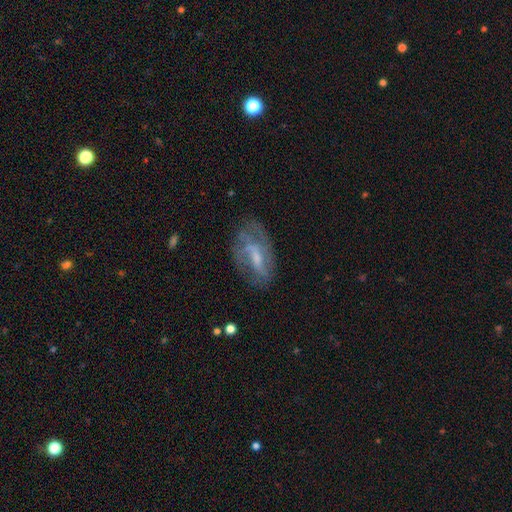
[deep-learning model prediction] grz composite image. It shows a featured or disk galaxy (63%) with a weak bar (46%), spiral arms (69%) and a small central bulge (39%). Merging: none (56%).